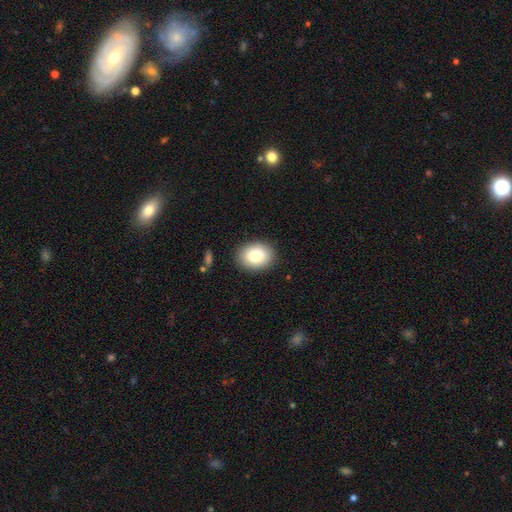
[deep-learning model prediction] Smooth or featured? Predicted: smooth (p=0.86). How rounded? Predicted: in between (p=0.60). Merging? Predicted: none (p=0.88).